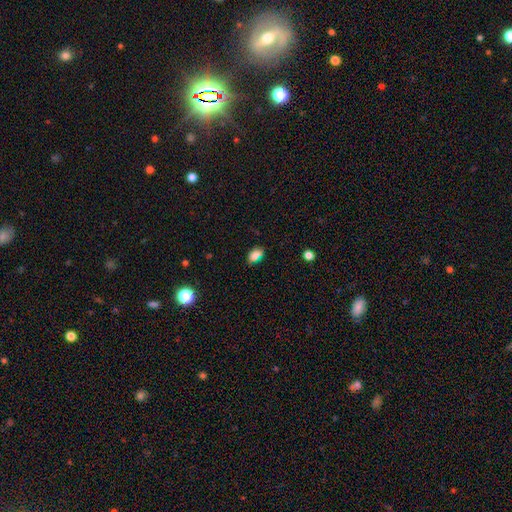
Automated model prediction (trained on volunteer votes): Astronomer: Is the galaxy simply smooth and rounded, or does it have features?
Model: smooth — 82%.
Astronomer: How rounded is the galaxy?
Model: in between — 89%.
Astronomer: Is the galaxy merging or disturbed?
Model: none — 77%.